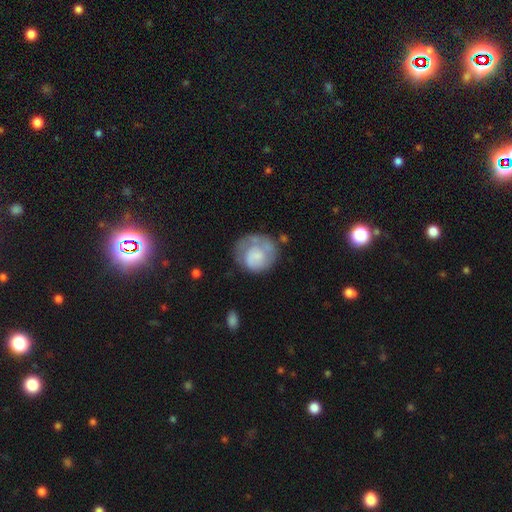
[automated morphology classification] Smooth or featured?
  - smooth: 48% *
  - featured or disk: 46%
  - star or artifact: 6%
Merging?
  - none: 48% *
  - minor disturbance: 24%
  - major disturbance: 24%
  - merger: 4%